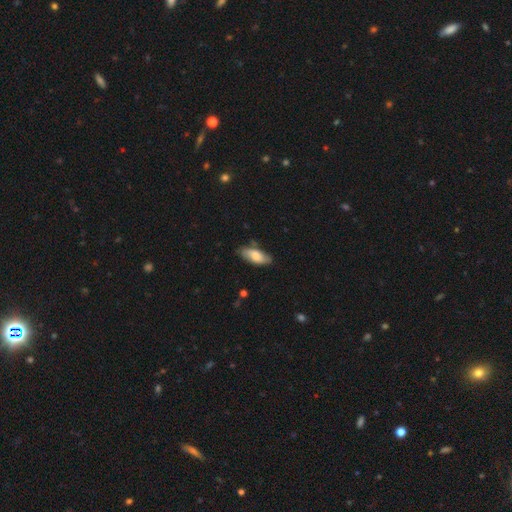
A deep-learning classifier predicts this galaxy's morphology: The model was most divided on "merging": none: 70%, minor disturbance: 23%, major disturbance: 4%, merger: 3%. More confident: how rounded — in between (80%); smooth or featured — smooth (71%).